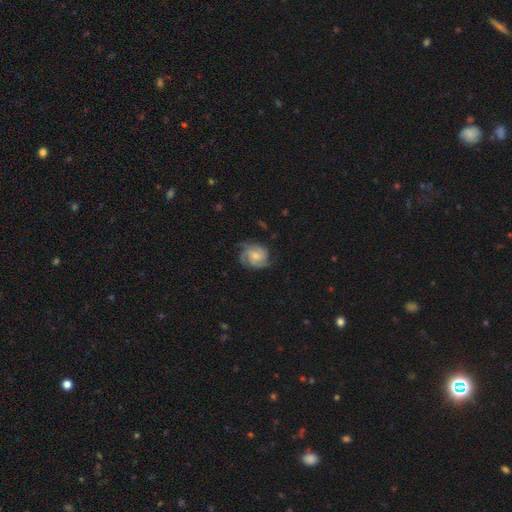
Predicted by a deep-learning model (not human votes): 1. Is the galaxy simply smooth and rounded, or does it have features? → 70% featured or disk, 23% smooth, 7% star or artifact.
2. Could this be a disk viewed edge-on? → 98% no, 2% yes.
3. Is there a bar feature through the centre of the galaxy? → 69% no, 27% weak, 4% strong.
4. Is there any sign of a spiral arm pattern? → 94% yes, 6% no.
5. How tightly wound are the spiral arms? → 50% tight, 39% medium, 11% loose.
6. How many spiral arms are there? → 37% 3, 22% can't tell, 17% 2, 14% 4, 5% 1, 5% more than 4.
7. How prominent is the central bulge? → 48% small, 39% moderate, 8% none, 5% large, 1% dominant.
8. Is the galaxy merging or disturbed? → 67% none, 21% minor disturbance, 10% major disturbance, 1% merger.